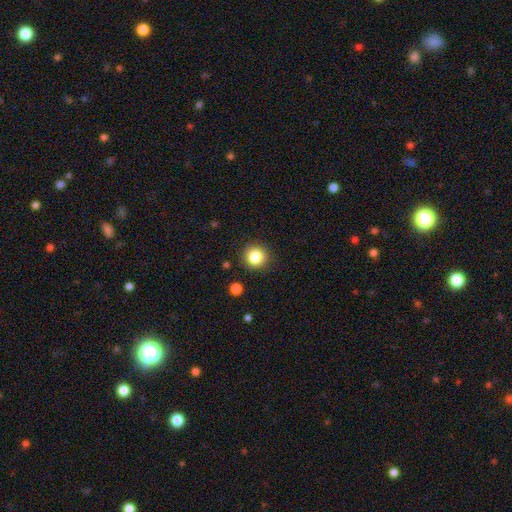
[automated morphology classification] This appears to be a smooth galaxy with no disk features (83%) that is round (92%). Merging: none (89%).